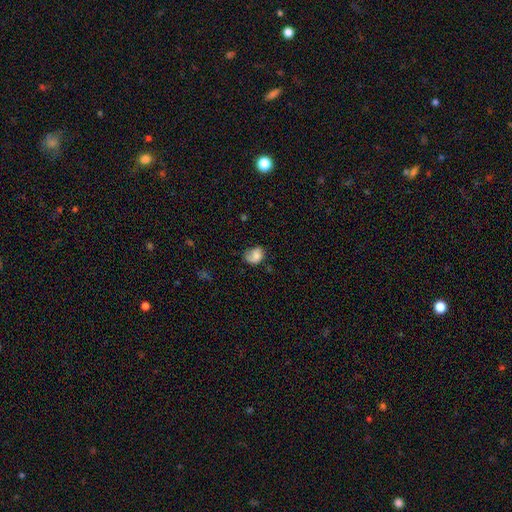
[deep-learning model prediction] smooth-or-featured: smooth: 76% | featured or disk: 15% | star or artifact: 9%
  how-rounded: in between: 57% | round: 42% | cigar-shaped: 1%
  merging: none: 47% | minor disturbance: 35% | major disturbance: 16% | merger: 3%